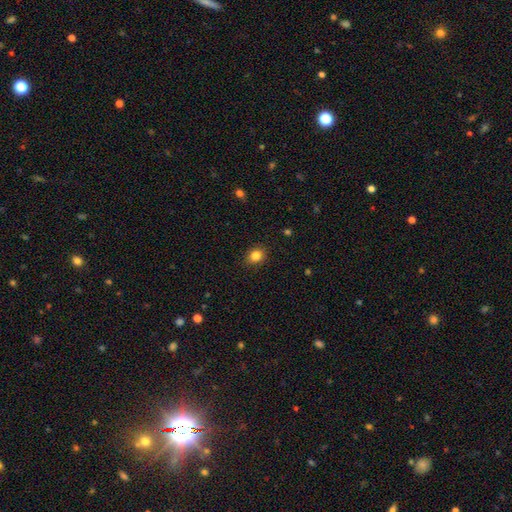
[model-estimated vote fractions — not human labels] Smooth or featured? smooth (84%)
How rounded? round (69%)
Merging? none (89%)